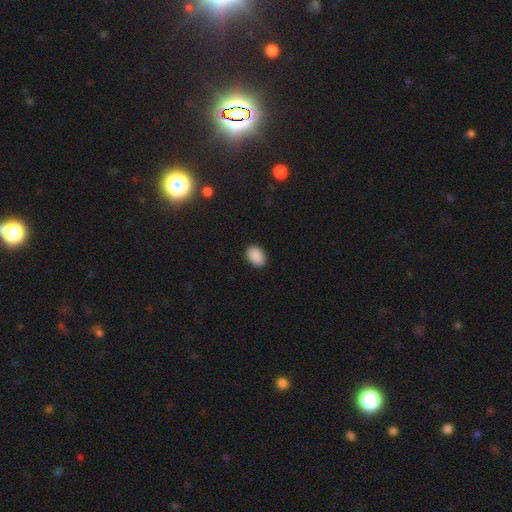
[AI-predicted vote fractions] A smooth galaxy with no disk features (90%) that is in between round and cigar-shaped (86%).

Vote fractions:
- Smooth or featured? smooth: 90% / star or artifact: 7% / featured or disk: 2%
- How rounded? in between: 86% / round: 13% / cigar-shaped: 1%
- Merging? none: 89% / minor disturbance: 8% / major disturbance: 2% / merger: 1%